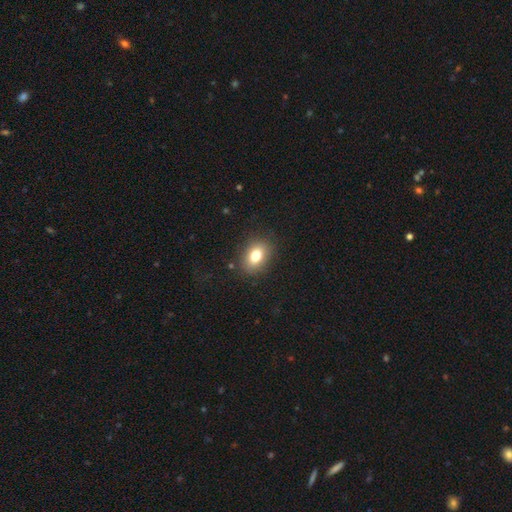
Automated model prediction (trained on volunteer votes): Smooth or featured: smooth — 79% (featured or disk — 11%)
How rounded: in between — 75% (round — 24%)
Merging: none — 86% (minor disturbance — 10%)